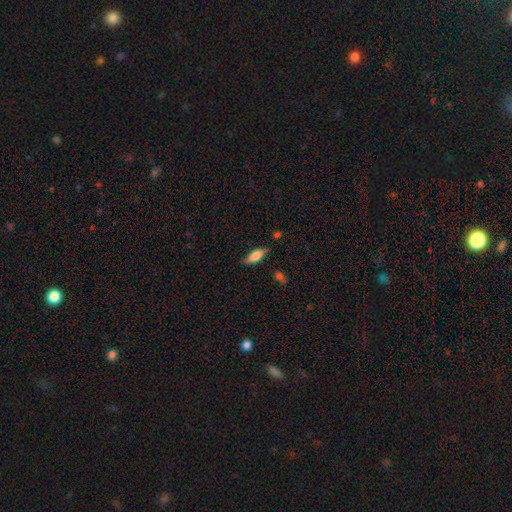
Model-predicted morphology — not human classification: A smooth galaxy with no disk features (65%) that is in between round and cigar-shaped (70%).

Vote fractions:
- Smooth or featured? smooth: 65% / featured or disk: 28% / star or artifact: 7%
- How rounded? in between: 70% / cigar-shaped: 27% / round: 3%
- Merging? none: 72% / minor disturbance: 21% / major disturbance: 5% / merger: 2%